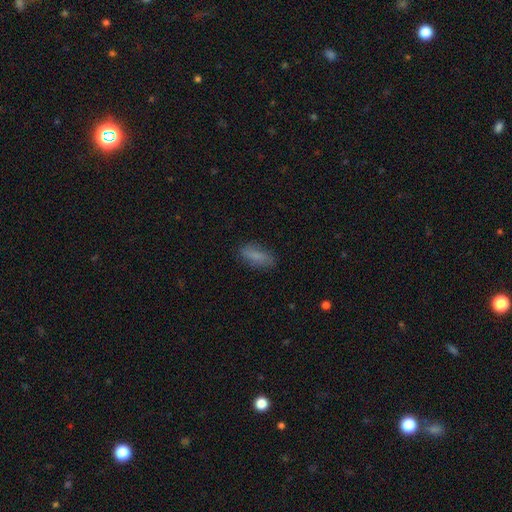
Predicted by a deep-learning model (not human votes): Smooth or featured? smooth (80%)
How rounded? in between (71%)
Merging? none (79%)